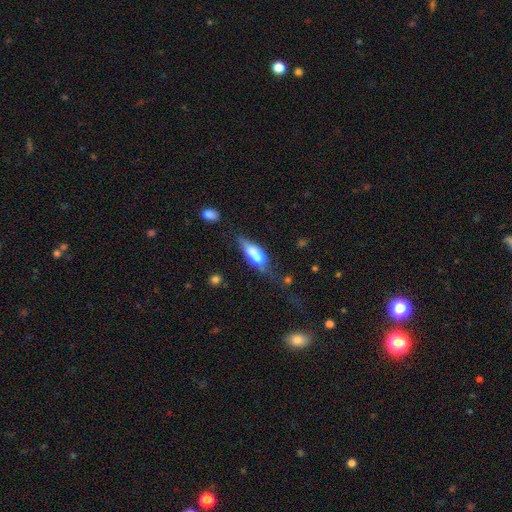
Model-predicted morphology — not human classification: Overall: smooth (62%; featured or disk 30%). How rounded: in between (68%; cigar-shaped 29%). Merging: minor disturbance (31%, tied with none).